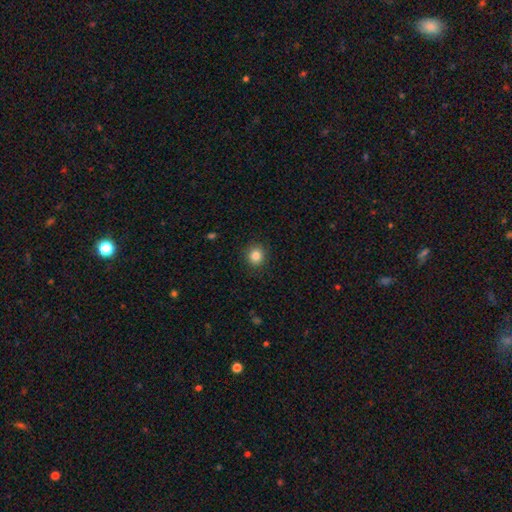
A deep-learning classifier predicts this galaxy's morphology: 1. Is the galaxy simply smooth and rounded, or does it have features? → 84% smooth, 11% star or artifact, 5% featured or disk.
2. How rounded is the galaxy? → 85% round, 15% in between, 1% cigar-shaped.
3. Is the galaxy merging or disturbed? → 90% none, 7% minor disturbance, 2% major disturbance, 1% merger.